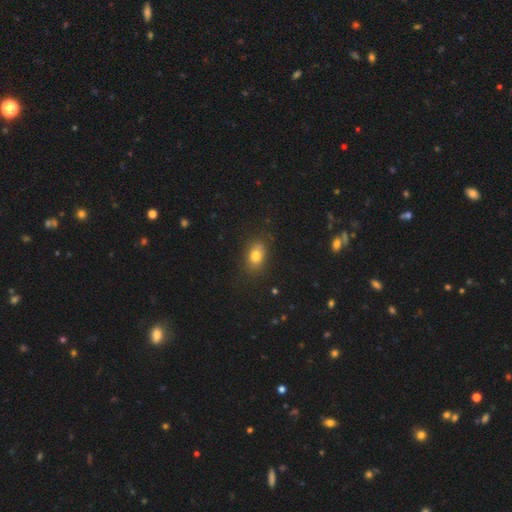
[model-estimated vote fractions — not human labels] Smooth or featured? smooth (80%)
How rounded? in between (78%)
Merging? none (81%)